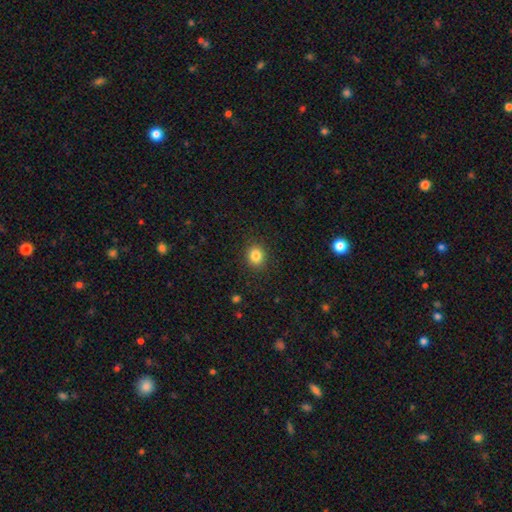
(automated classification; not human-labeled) smooth-or-featured: smooth: 84% | star or artifact: 11% | featured or disk: 5%
  how-rounded: round: 73% | in between: 26% | cigar-shaped: 1%
  merging: none: 89% | minor disturbance: 7% | major disturbance: 3% | merger: 1%